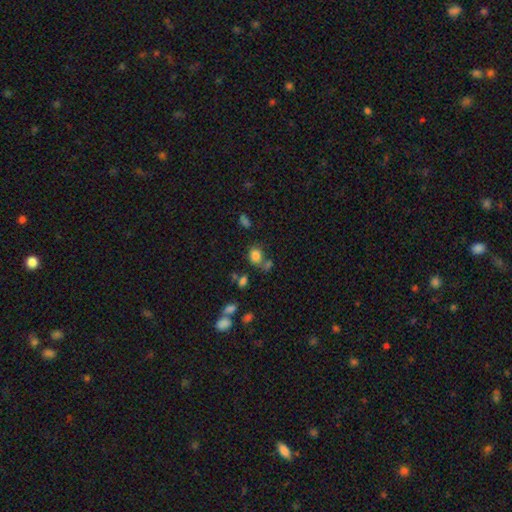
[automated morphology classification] Smooth or featured: smooth — 80% (star or artifact — 13%)
How rounded: round — 53% (in between — 46%)
Merging: none — 59% (merger — 20%)